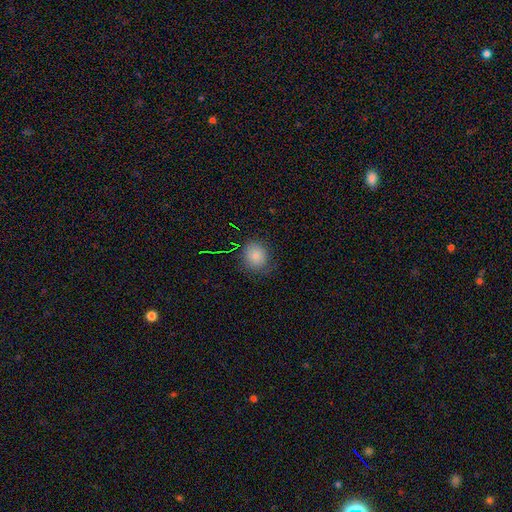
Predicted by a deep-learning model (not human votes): A smooth galaxy with no disk features (82%) that is round (75%).

Vote fractions:
- Smooth or featured? smooth: 82% / star or artifact: 11% / featured or disk: 6%
- How rounded? round: 75% / in between: 24% / cigar-shaped: 1%
- Merging? none: 75% / minor disturbance: 19% / major disturbance: 5% / merger: 1%